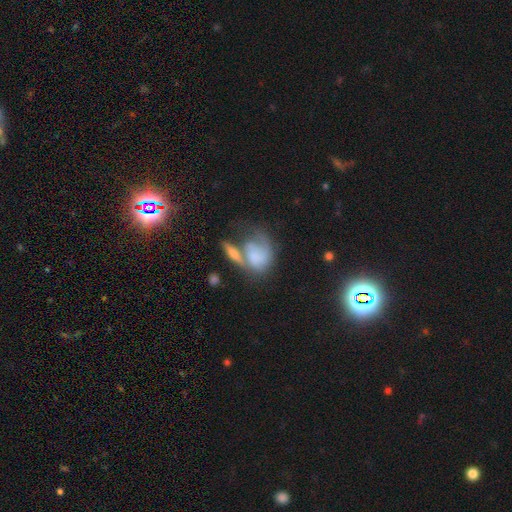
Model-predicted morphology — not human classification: Smooth or featured?
  - smooth: 53% *
  - featured or disk: 38%
  - star or artifact: 8%
How rounded?
  - in between: 66% *
  - round: 29%
  - cigar-shaped: 4%
Merging?
  - merger: 41% *
  - major disturbance: 22%
  - none: 21%
  - minor disturbance: 15%